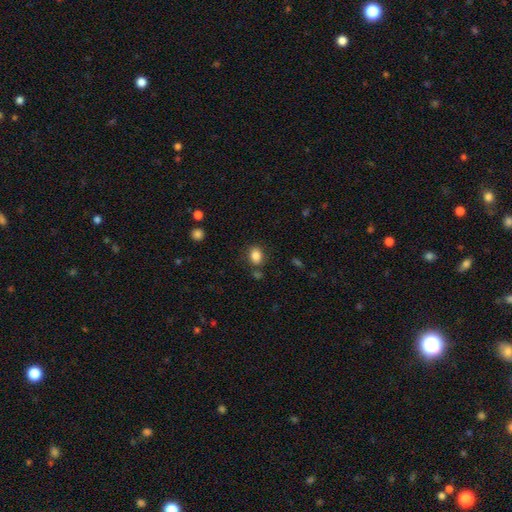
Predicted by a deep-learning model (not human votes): This appears to be a smooth galaxy with no disk features (85%) that is in between round and cigar-shaped (63%). Merging: none (78%).